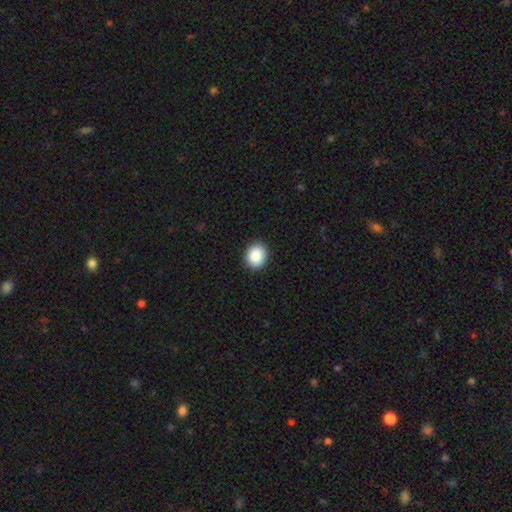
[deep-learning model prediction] Smooth or featured? Predicted: smooth (p=0.89). How rounded? Predicted: round (p=0.62). Merging? Predicted: none (p=0.91).